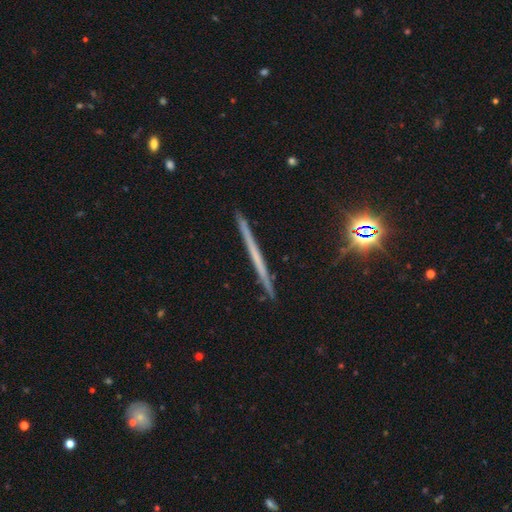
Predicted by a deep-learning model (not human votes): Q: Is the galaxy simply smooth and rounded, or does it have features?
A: featured or disk — 55%.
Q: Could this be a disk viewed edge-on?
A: yes — 97%.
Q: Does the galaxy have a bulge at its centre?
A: none — 91%.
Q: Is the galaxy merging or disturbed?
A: none — 91%.